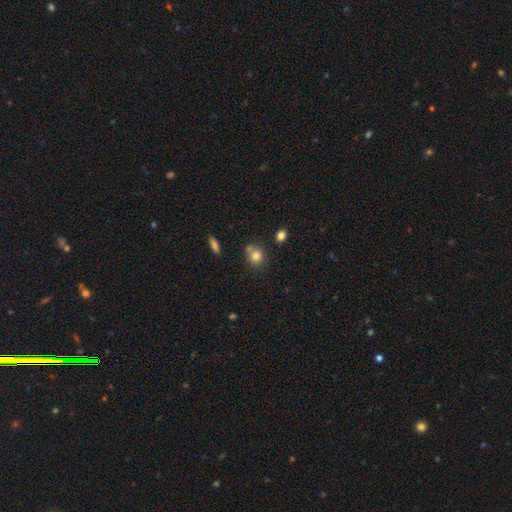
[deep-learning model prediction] smooth 81%, star or artifact 10%, featured or disk 9%. Down the decision tree: how rounded — round (73%); merging — none (59%).